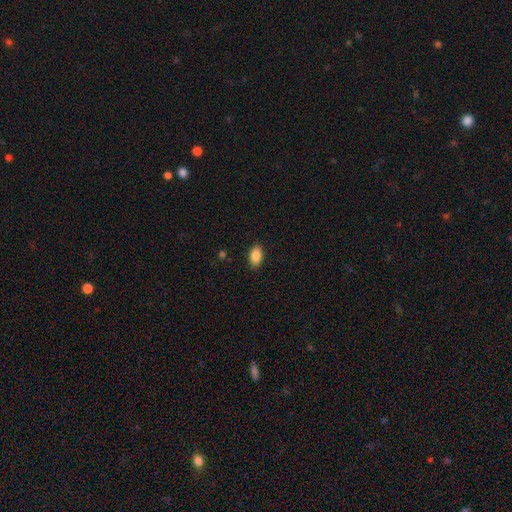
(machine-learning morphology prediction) Smooth or featured?
  - smooth: 87% *
  - star or artifact: 8%
  - featured or disk: 5%
How rounded?
  - in between: 92% *
  - round: 6%
  - cigar-shaped: 2%
Merging?
  - none: 88% *
  - minor disturbance: 9%
  - major disturbance: 2%
  - merger: 1%